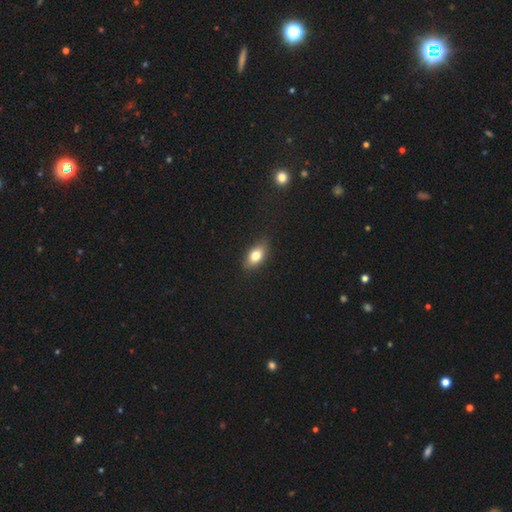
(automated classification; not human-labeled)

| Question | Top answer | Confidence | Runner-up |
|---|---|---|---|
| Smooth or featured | smooth | 76% | featured or disk (16%) |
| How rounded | in between | 85% | round (8%) |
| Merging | none | 84% | minor disturbance (12%) |